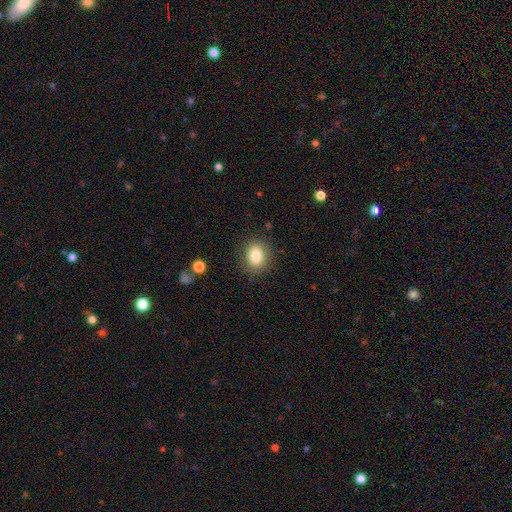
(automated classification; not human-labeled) Overall: smooth (82%). How rounded: round (50%; in between 49%). Merging: none (86%).